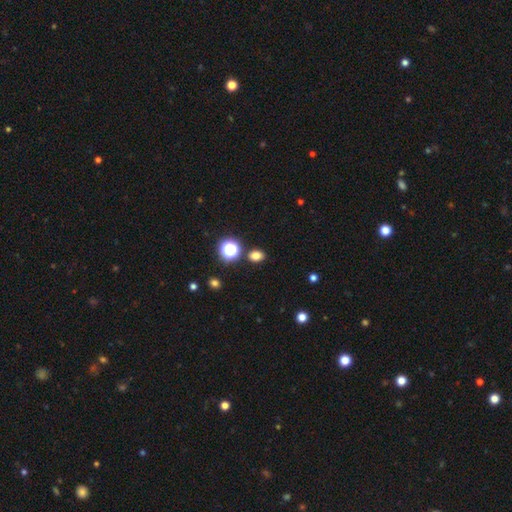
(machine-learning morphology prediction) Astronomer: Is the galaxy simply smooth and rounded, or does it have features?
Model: smooth — 76%.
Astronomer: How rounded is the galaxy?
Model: in between — 59% (runner-up: round, 40%).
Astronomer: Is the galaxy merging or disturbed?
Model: none — 84%.